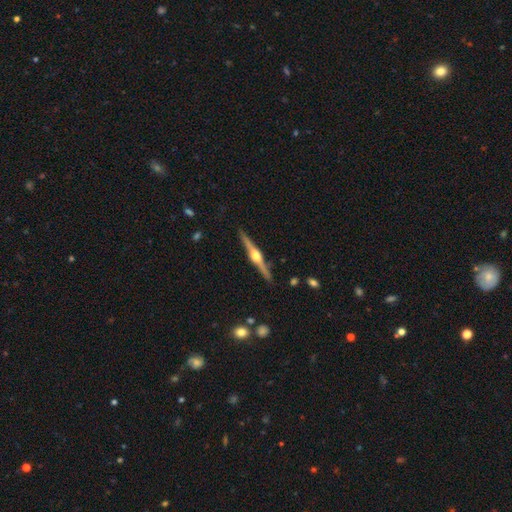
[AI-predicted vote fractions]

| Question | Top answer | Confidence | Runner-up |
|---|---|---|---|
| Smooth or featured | featured or disk | 85% | smooth (10%) |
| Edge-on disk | yes | 98% | no (2%) |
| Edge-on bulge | rounded | 95% | boxy (3%) |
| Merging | none | 90% | minor disturbance (7%) |